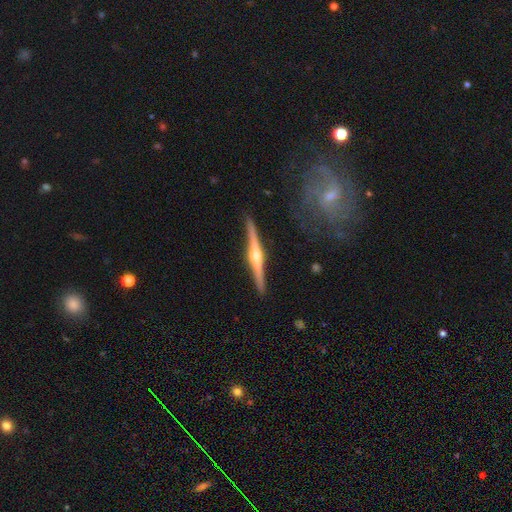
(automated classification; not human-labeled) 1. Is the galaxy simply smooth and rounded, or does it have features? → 81% featured or disk, 14% smooth, 5% star or artifact.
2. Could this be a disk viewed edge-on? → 98% yes, 2% no.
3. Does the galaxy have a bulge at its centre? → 93% rounded, 4% none, 3% boxy.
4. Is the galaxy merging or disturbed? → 89% none, 8% minor disturbance, 2% major disturbance, 1% merger.